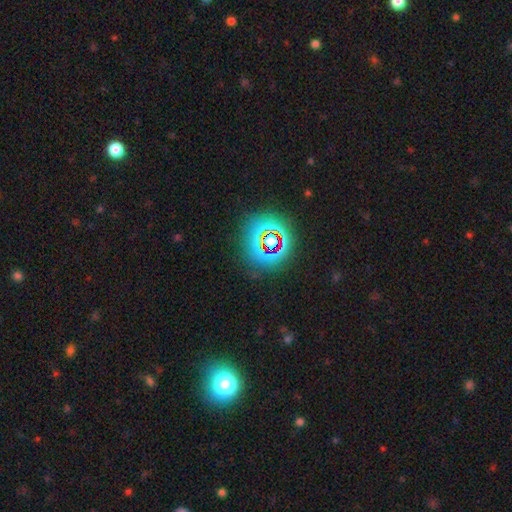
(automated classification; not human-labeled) Smooth or featured?
  - star or artifact: 77% *
  - smooth: 14%
  - featured or disk: 9%